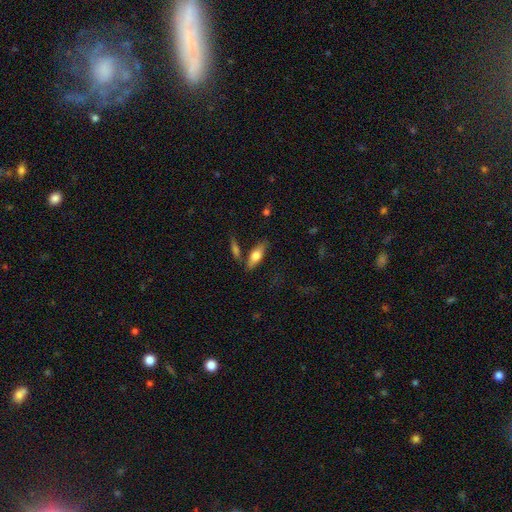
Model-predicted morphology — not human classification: The model was most divided on "how rounded": in between: 64%, cigar-shaped: 33%, round: 3%. More confident: merging — none (73%); smooth or featured — smooth (67%).